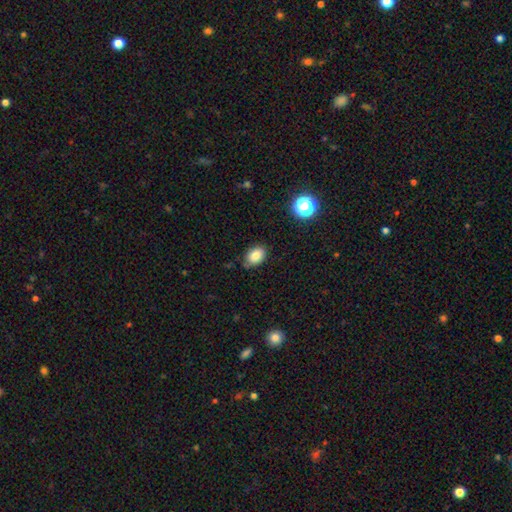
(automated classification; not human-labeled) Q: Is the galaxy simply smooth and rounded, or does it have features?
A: smooth — 83%.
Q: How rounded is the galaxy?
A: in between — 77%.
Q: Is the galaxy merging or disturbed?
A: none — 79%.